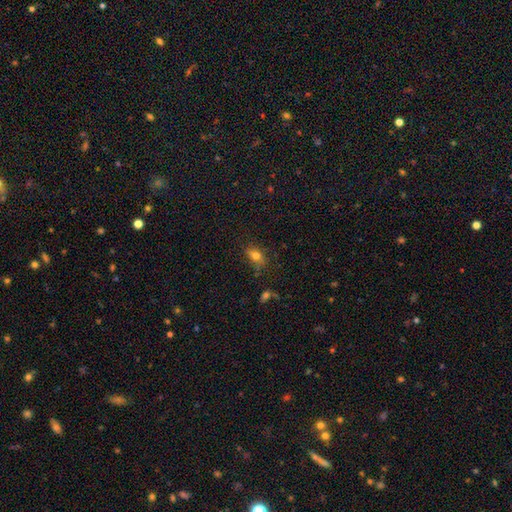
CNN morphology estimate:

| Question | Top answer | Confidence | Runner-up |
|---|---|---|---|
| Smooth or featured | smooth | 78% | star or artifact (13%) |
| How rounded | in between | 75% | round (22%) |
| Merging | none | 68% | minor disturbance (21%) |